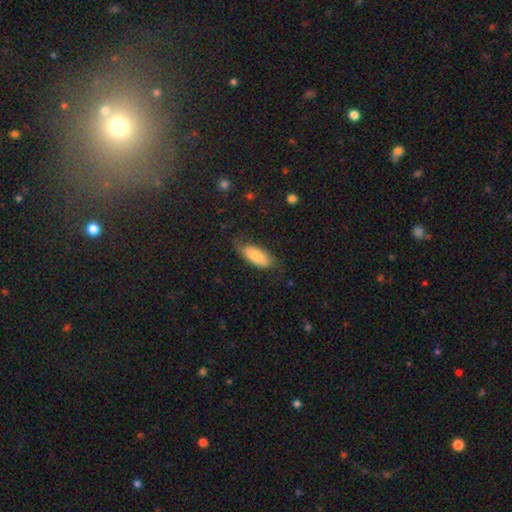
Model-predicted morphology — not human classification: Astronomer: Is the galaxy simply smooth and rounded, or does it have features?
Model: smooth — 75%.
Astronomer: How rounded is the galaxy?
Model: in between — 81%.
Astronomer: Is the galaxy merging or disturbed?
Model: none — 67%.